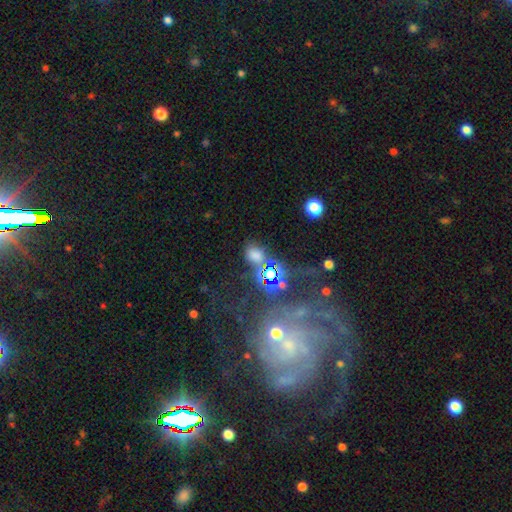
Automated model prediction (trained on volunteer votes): The model was most divided on "how rounded": in between: 53%, round: 46%, cigar-shaped: 2%. More confident: merging — none (66%); smooth or featured — smooth (56%).